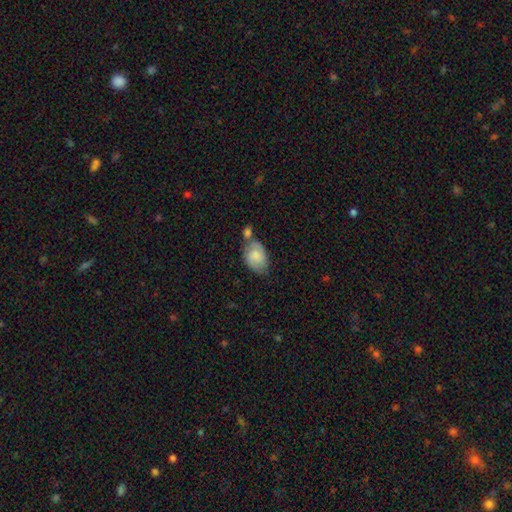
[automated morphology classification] type=smooth (64%); roundness=in between (86%); merging=none (41%).